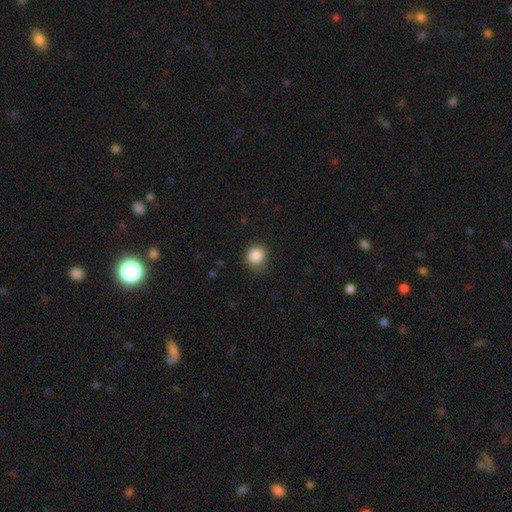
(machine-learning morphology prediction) smooth 87%, star or artifact 10%, featured or disk 4%. Down the decision tree: how rounded — round (79%); merging — none (73%).